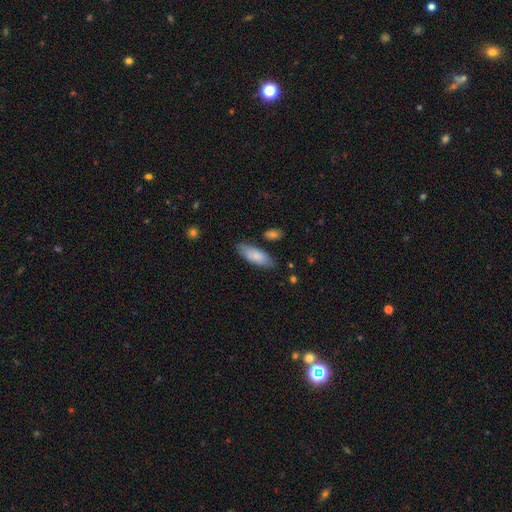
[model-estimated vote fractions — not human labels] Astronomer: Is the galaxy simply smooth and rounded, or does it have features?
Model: smooth — 81%.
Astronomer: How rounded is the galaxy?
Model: in between — 72%.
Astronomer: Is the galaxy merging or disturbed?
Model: none — 80%.